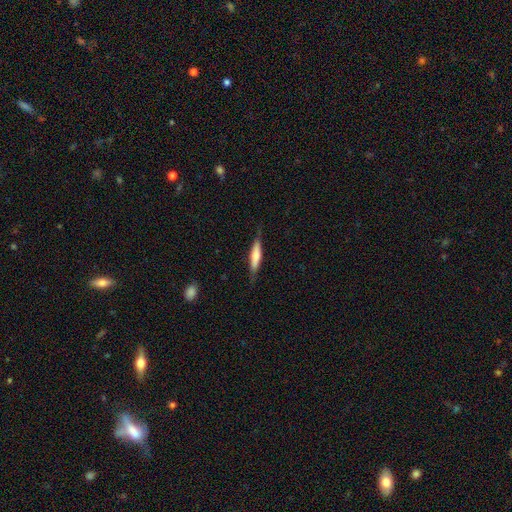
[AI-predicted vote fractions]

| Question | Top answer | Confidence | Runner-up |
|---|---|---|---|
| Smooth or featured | smooth | 55% | featured or disk (40%) |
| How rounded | cigar-shaped | 85% | in between (14%) |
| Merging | none | 80% | minor disturbance (15%) |